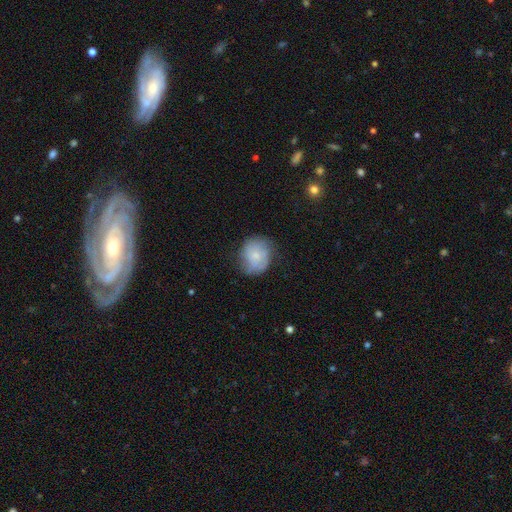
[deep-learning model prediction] Overall: smooth (61%; featured or disk 31%). How rounded: round (70%). Merging: none (61%; minor disturbance 28%).